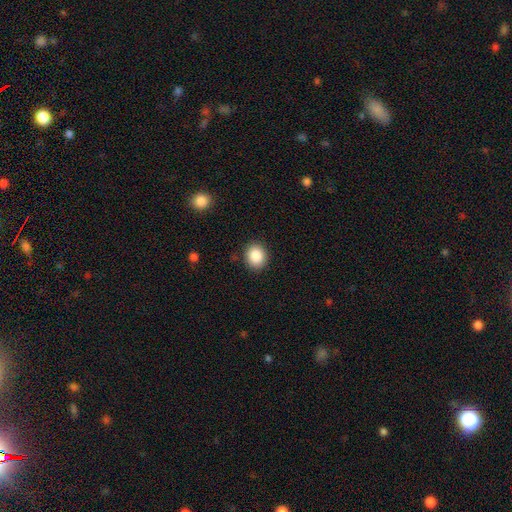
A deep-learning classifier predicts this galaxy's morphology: A smooth galaxy with no disk features (87%) that is round (71%). Merging: none (89%).